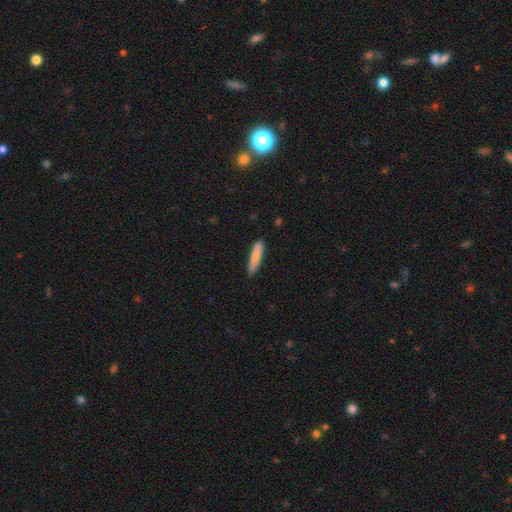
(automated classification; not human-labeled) The model was most divided on "smooth or featured": smooth: 80%, featured or disk: 14%, star or artifact: 5%. More confident: merging — none (84%); how rounded — cigar-shaped (82%).